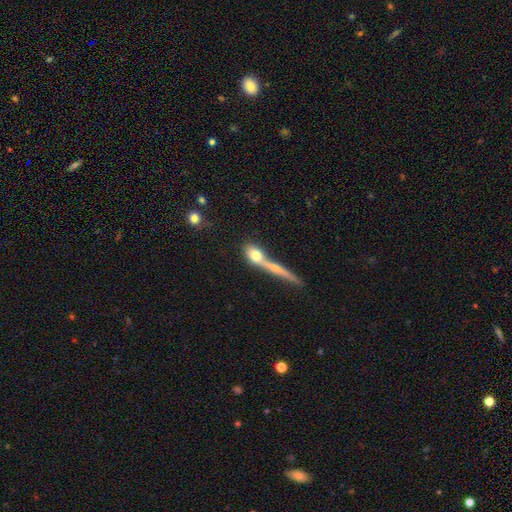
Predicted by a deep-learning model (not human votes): Smooth or featured: smooth — 68% (featured or disk — 23%)
How rounded: in between — 46% (round — 30%)
Merging: merger — 41% (tied with none — 41%)